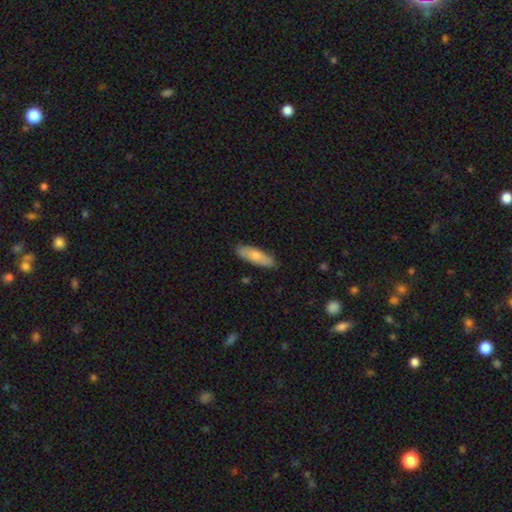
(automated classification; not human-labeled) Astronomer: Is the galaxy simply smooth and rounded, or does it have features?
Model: smooth — 76%.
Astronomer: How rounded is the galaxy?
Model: cigar-shaped — 52% (runner-up: in between, 47%).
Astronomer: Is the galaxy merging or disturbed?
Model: none — 85%.